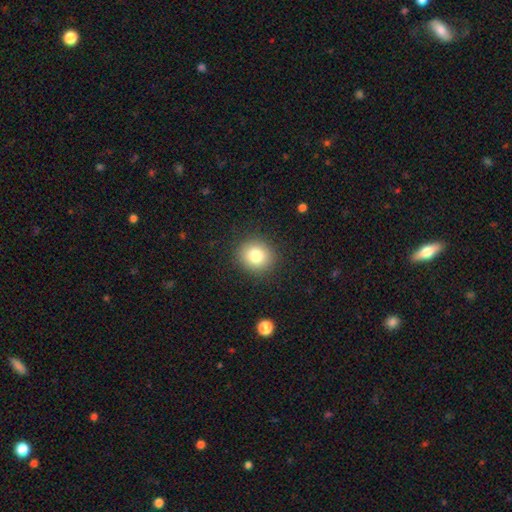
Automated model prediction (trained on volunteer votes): Overall: smooth (80%). How rounded: round (84%). Merging: none (89%).